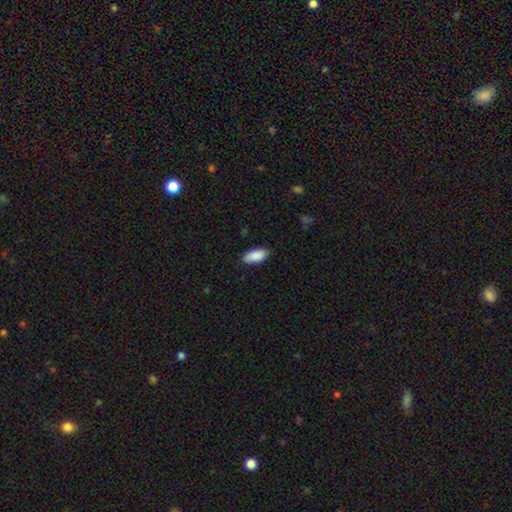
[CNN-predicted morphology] This is clearly a smooth galaxy (90%). How rounded: clearly in between (89%). Merging: clearly none (87%).